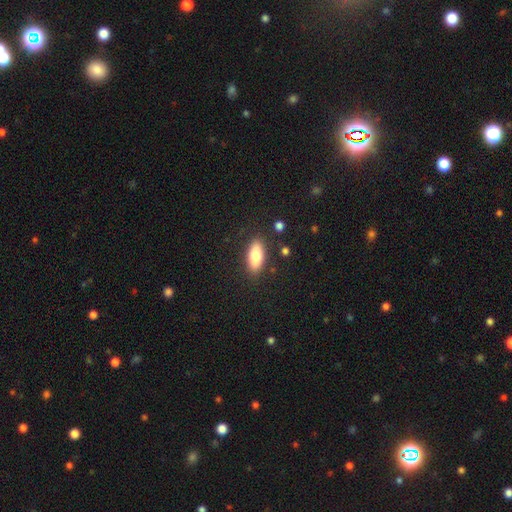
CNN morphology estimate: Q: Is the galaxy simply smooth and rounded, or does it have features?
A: smooth — 79%.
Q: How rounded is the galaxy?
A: in between — 81%.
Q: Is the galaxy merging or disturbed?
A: none — 86%.